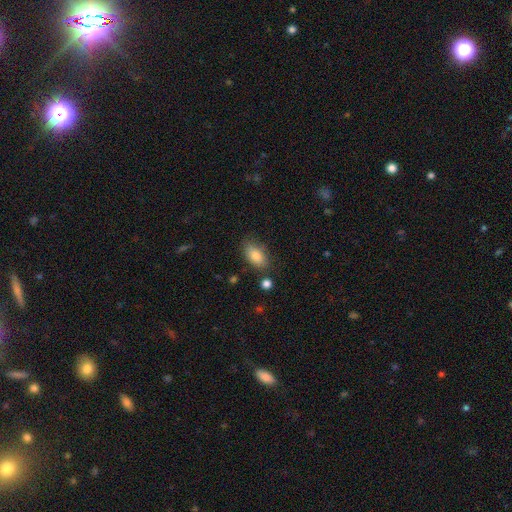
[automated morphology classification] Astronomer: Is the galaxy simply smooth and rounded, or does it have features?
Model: smooth — 84%.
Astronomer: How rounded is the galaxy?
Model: in between — 91%.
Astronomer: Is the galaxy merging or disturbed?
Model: none — 77%.